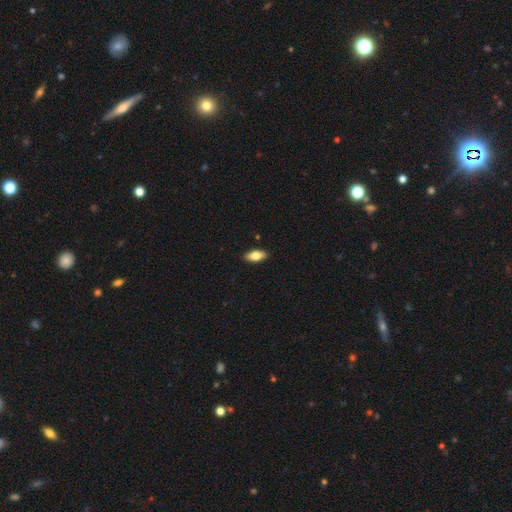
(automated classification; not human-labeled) smooth-or-featured: smooth: 77% | featured or disk: 17% | star or artifact: 6%
  how-rounded: in between: 87% | cigar-shaped: 11% | round: 3%
  merging: none: 89% | minor disturbance: 9% | major disturbance: 2% | merger: 1%